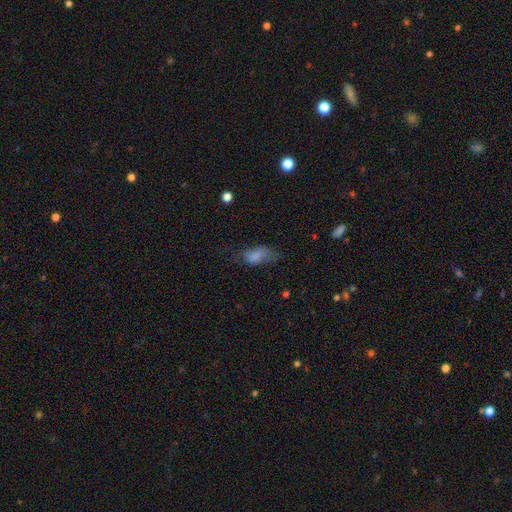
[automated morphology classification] The model was most divided on "merging": none: 41%, minor disturbance: 30%, major disturbance: 27%, merger: 3%. More confident: how rounded — in between (88%); smooth or featured — smooth (75%).